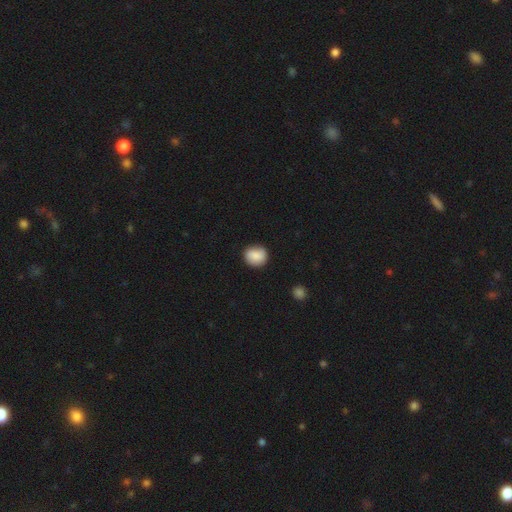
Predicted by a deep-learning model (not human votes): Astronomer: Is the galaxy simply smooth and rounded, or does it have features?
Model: smooth — 83%.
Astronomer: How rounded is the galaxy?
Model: round — 83%.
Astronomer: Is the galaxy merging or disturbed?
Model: none — 84%.